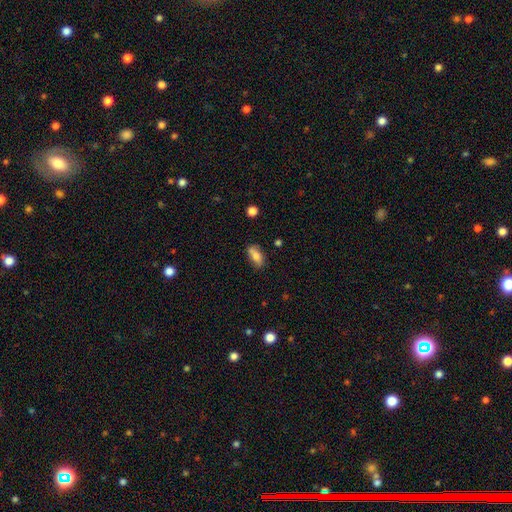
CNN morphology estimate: Smooth or featured? Predicted: smooth (p=0.75). How rounded? Predicted: in between (p=0.82). Merging? Predicted: none (p=0.70).